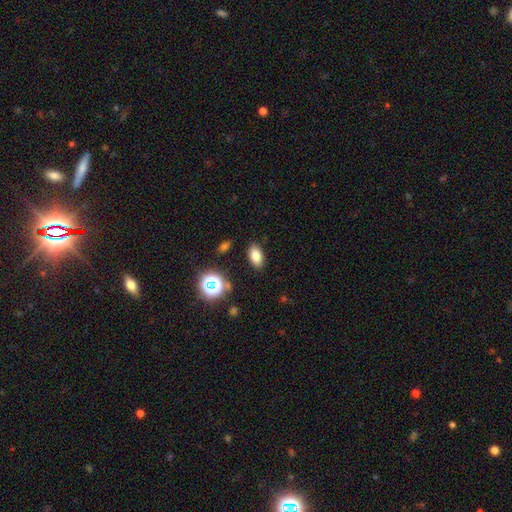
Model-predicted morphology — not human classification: Overall: smooth (77%). How rounded: in between (89%). Merging: none (86%).